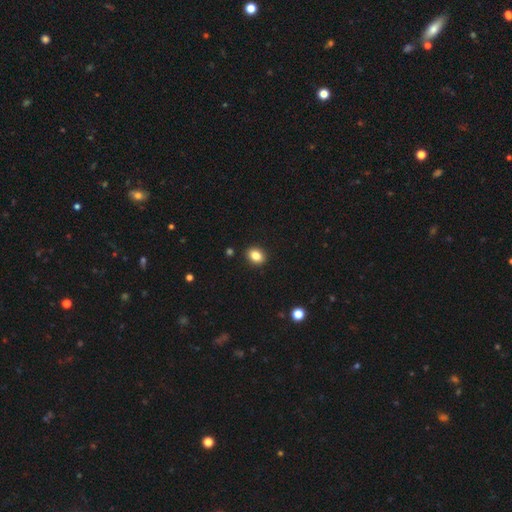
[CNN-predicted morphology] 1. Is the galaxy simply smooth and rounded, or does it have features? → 84% smooth, 10% star or artifact, 6% featured or disk.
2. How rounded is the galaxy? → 59% in between, 40% round, 1% cigar-shaped.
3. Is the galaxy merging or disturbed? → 90% none, 7% minor disturbance, 2% major disturbance, 1% merger.